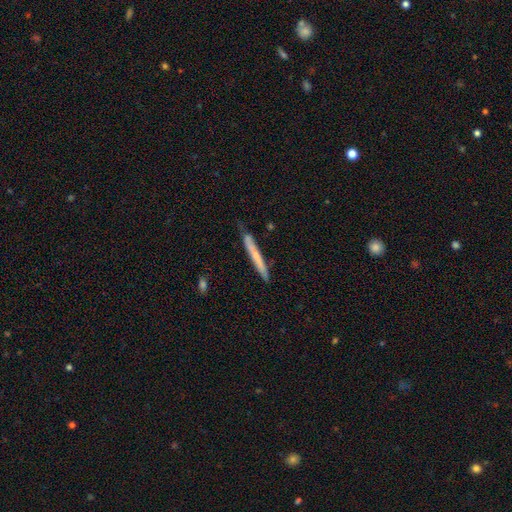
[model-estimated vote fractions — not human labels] Smooth or featured: smooth — 57% (featured or disk — 37%)
How rounded: cigar-shaped — 97% (in between — 2%)
Merging: none — 78% (minor disturbance — 17%)